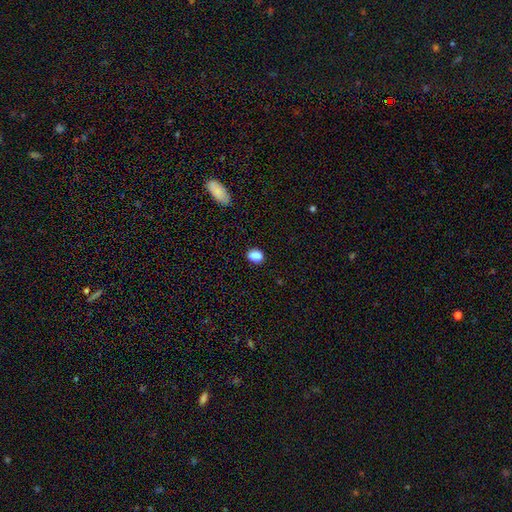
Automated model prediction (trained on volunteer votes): This appears to be a smooth galaxy with no disk features (87%) that is in between round and cigar-shaped (61%). Merging: none (83%).